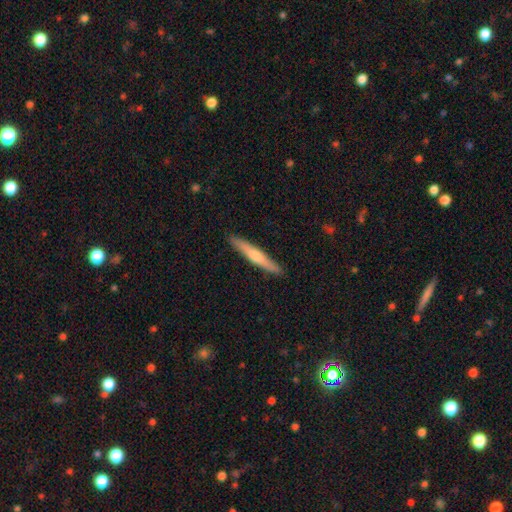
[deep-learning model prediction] smooth 51%, featured or disk 44%, star or artifact 5%. Down the decision tree: how rounded — cigar-shaped (94%); merging — none (91%).